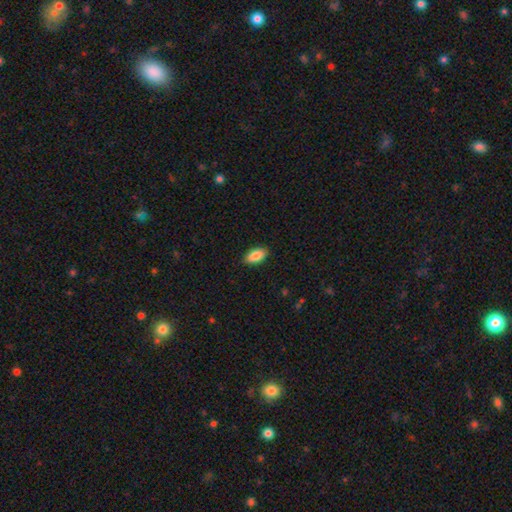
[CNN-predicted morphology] Smooth or featured?
  - smooth: 87% *
  - star or artifact: 7%
  - featured or disk: 6%
How rounded?
  - in between: 93% *
  - cigar-shaped: 4%
  - round: 3%
Merging?
  - none: 88% *
  - minor disturbance: 9%
  - major disturbance: 2%
  - merger: 1%